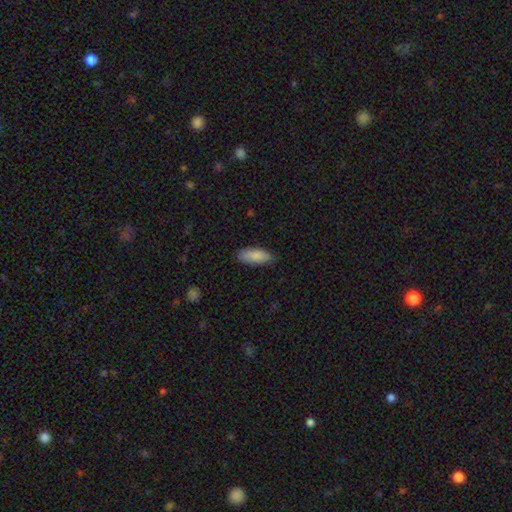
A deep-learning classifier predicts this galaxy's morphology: smooth-or-featured: smooth: 87% | featured or disk: 7% | star or artifact: 6%
  how-rounded: in between: 78% | cigar-shaped: 21% | round: 2%
  merging: none: 83% | minor disturbance: 13% | major disturbance: 2% | merger: 1%